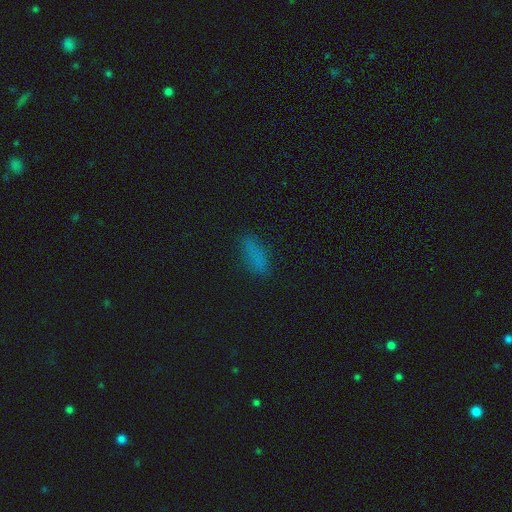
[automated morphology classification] A smooth galaxy with no disk features (75%) that is in between round and cigar-shaped (69%). Merging: none (80%).